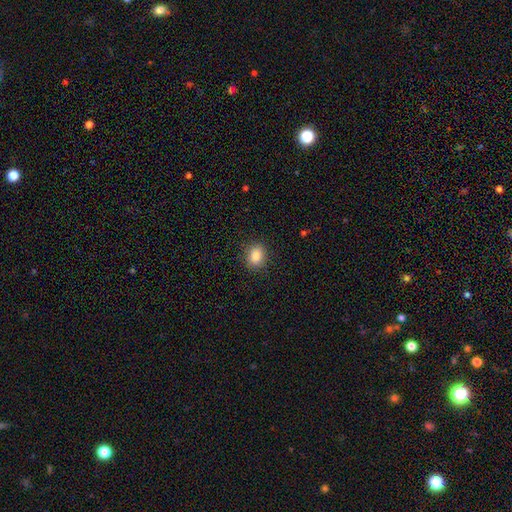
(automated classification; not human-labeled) Q: Smooth or featured?
A: smooth (86%); runner-up: star or artifact (10%)
Q: How rounded?
A: in between (53%); runner-up: round (46%)
Q: Merging?
A: none (88%); runner-up: minor disturbance (8%)